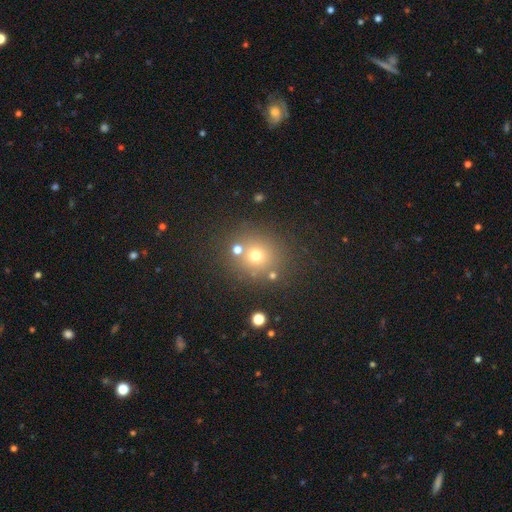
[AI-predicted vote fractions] This appears to be a smooth galaxy with no disk features (66%) that is round (86%). Merging: none (75%).